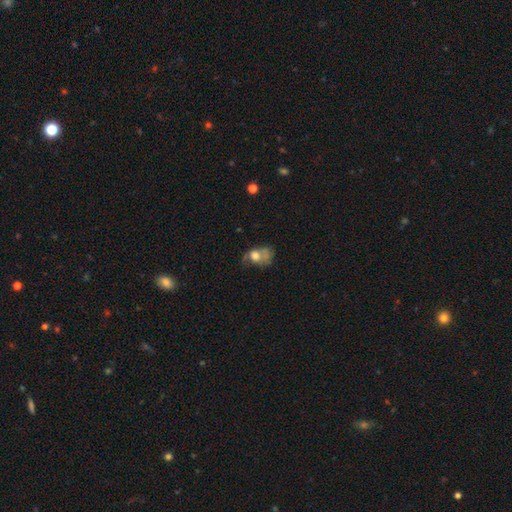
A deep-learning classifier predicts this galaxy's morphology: A smooth galaxy with no disk features (56%) that is in between round and cigar-shaped (62%). Merging: major disturbance (40%).